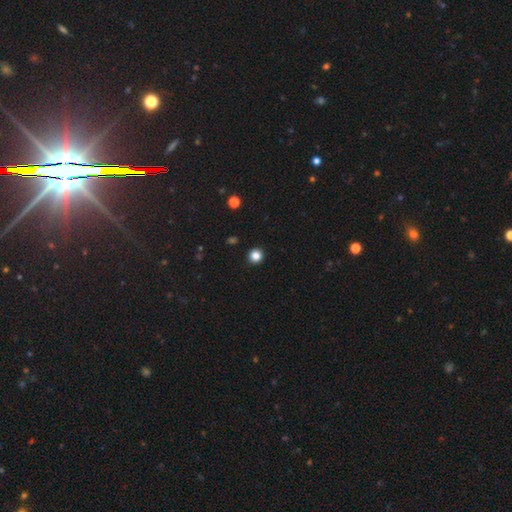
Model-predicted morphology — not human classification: type=smooth (85%); roundness=round (94%); merging=none (93%).